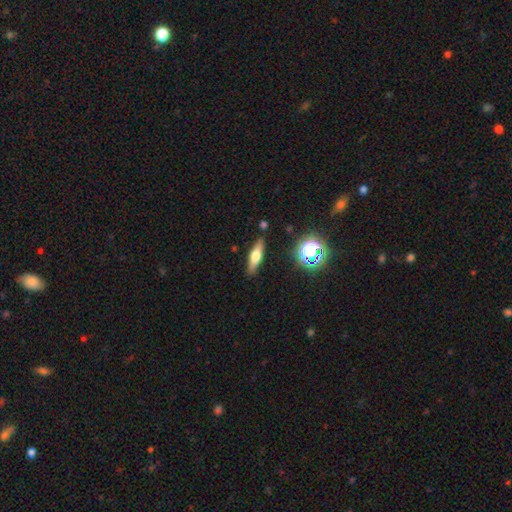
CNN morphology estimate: Q: Smooth or featured?
A: featured or disk (46%); runner-up: smooth (44%)
Q: Merging?
A: none (86%); runner-up: minor disturbance (9%)